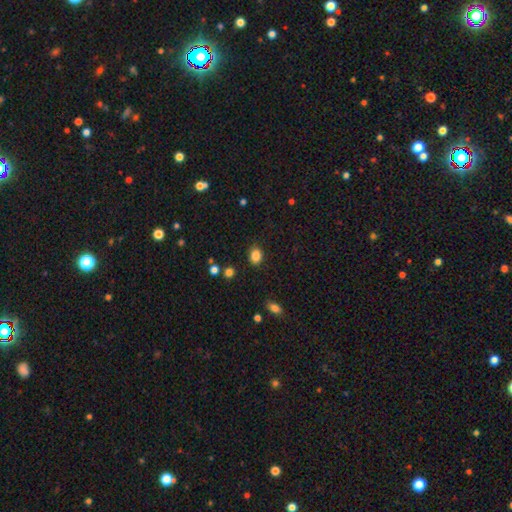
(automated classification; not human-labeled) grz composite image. It shows a smooth galaxy with no disk features (85%) that is in between round and cigar-shaped (56%). Merging: none (86%).